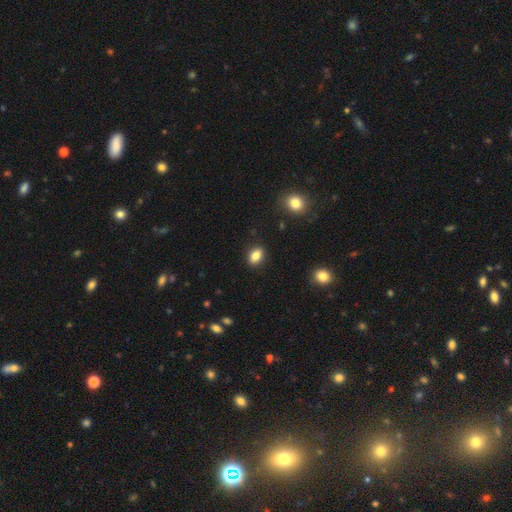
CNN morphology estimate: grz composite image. It shows a smooth galaxy with no disk features (84%) that is in between round and cigar-shaped (78%). Merging: none (89%).